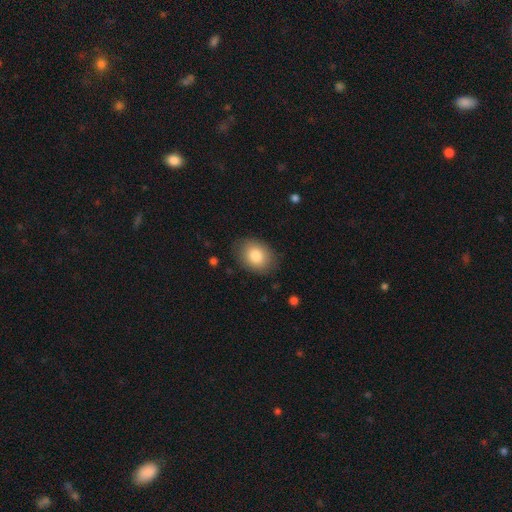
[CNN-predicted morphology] The model was most divided on "how rounded": in between: 64%, round: 35%, cigar-shaped: 1%. More confident: smooth or featured — smooth (84%); merging — none (84%).